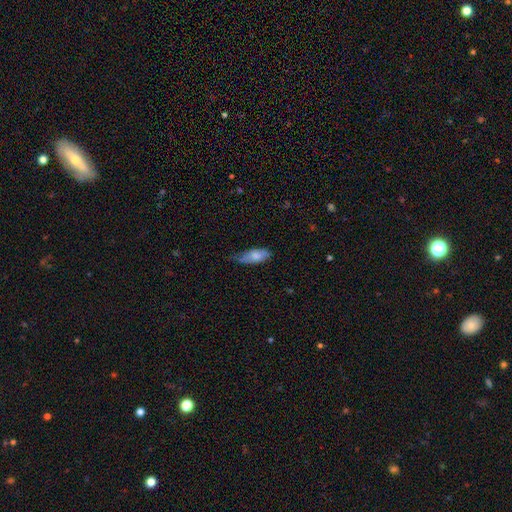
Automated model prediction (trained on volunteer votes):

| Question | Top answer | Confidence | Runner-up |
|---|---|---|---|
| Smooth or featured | smooth | 73% | featured or disk (21%) |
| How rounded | in between | 80% | cigar-shaped (18%) |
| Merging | minor disturbance | 42% | tied: none (42%) |